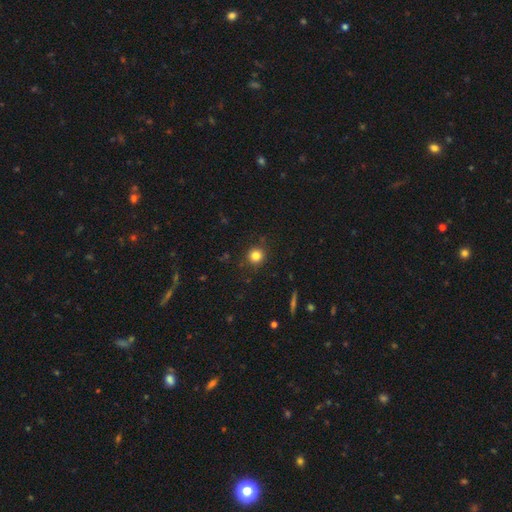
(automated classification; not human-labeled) This is clearly a smooth galaxy (82%). How rounded: clearly round (93%). Merging: clearly none (88%).